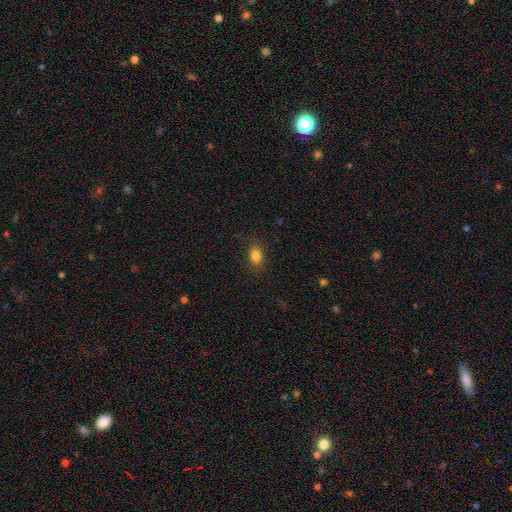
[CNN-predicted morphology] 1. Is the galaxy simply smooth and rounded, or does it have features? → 84% smooth, 10% star or artifact, 6% featured or disk.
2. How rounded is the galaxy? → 81% in between, 17% round, 2% cigar-shaped.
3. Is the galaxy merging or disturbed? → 86% none, 10% minor disturbance, 3% major disturbance, 1% merger.